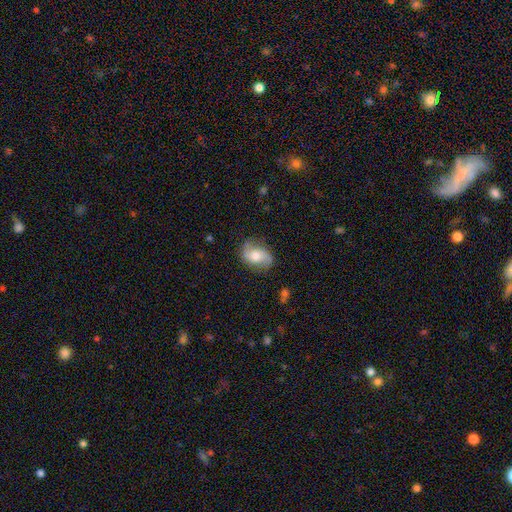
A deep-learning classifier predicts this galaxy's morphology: Q: Smooth or featured?
A: featured or disk (56%); runner-up: smooth (36%)
Q: Edge-on disk?
A: no (96%); runner-up: yes (4%)
Q: Bar?
A: no (59%); runner-up: weak (33%)
Q: Spiral arms?
A: yes (89%); runner-up: no (11%)
Q: Bulge size?
A: moderate (58%); runner-up: small (18%)
Q: Merging?
A: none (75%); runner-up: minor disturbance (18%)